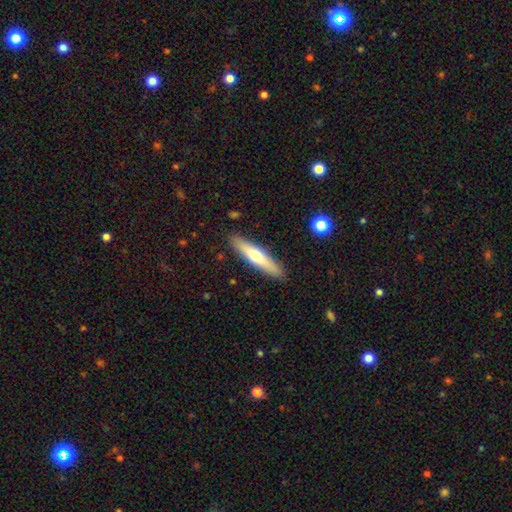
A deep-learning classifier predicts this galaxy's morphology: smooth 55%, featured or disk 40%, star or artifact 6%. Down the decision tree: how rounded — cigar-shaped (83%); merging — none (89%).